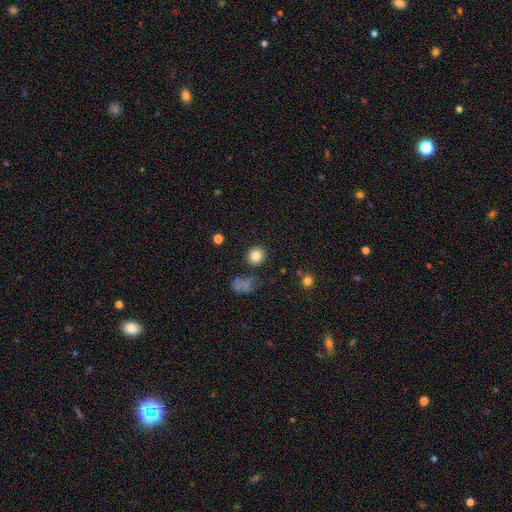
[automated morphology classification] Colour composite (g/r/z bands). It shows a smooth galaxy with no disk features (83%) that is round (89%). Merging: none (86%).